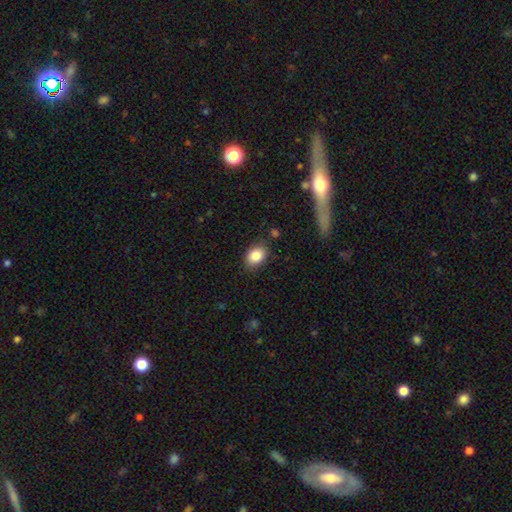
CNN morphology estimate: smooth 85%, star or artifact 8%, featured or disk 7%. Down the decision tree: how rounded — in between (77%); merging — none (82%).